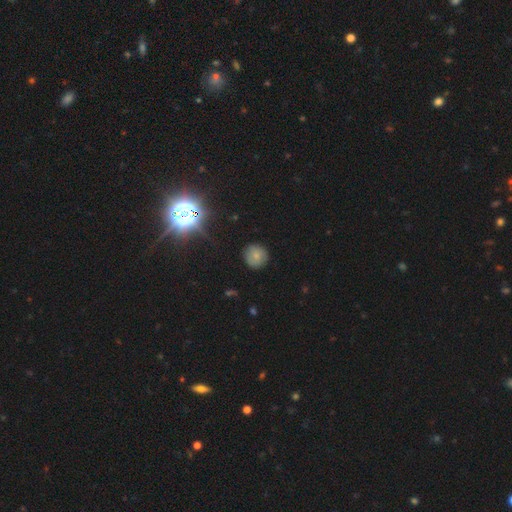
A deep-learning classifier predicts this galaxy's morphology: The model was most divided on "smooth or featured": smooth: 73%, star or artifact: 16%, featured or disk: 12%. More confident: how rounded — round (93%); merging — none (86%).